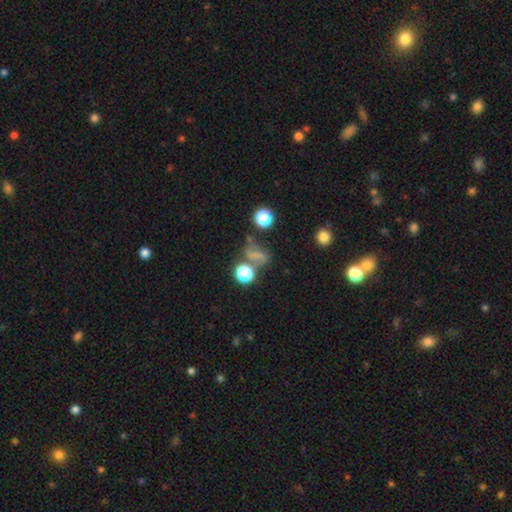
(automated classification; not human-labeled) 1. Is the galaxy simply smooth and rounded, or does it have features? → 49% smooth, 27% featured or disk, 23% star or artifact.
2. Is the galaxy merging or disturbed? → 40% none, 21% merger, 20% major disturbance, 19% minor disturbance.